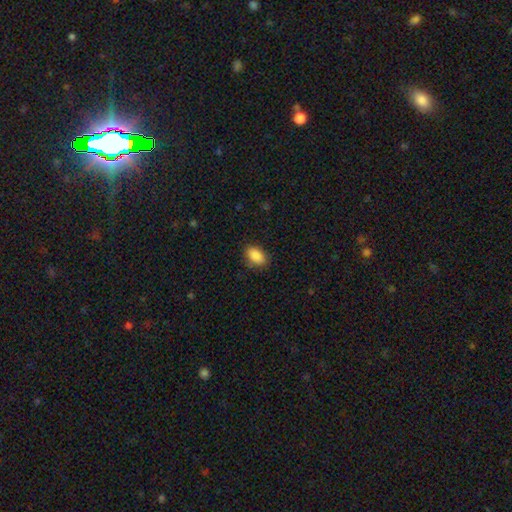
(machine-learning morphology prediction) Q: Smooth or featured?
A: smooth (89%); runner-up: star or artifact (7%)
Q: How rounded?
A: in between (89%); runner-up: round (9%)
Q: Merging?
A: none (84%); runner-up: minor disturbance (12%)